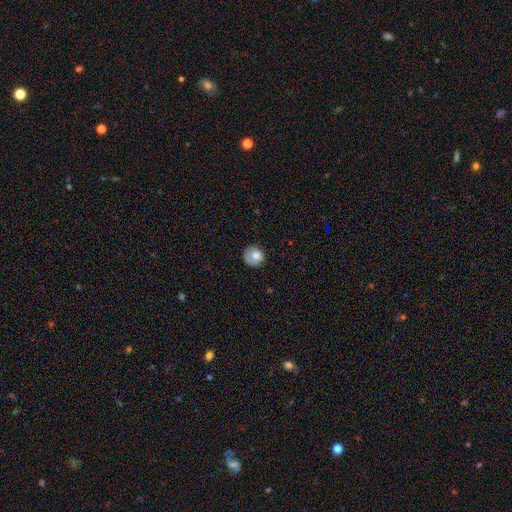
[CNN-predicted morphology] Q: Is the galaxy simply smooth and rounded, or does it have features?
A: smooth — 73%.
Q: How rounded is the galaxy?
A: round — 86%.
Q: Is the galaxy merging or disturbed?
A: none — 68%.